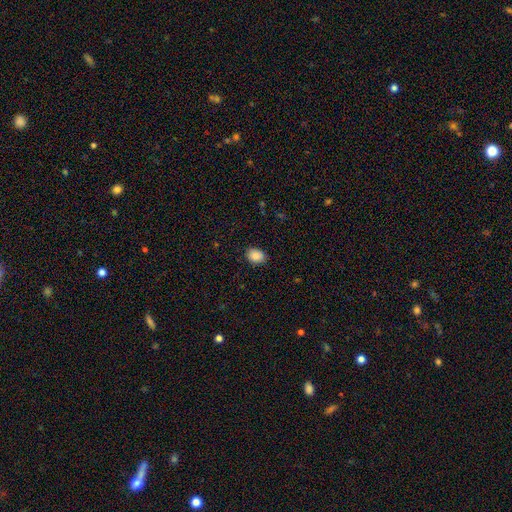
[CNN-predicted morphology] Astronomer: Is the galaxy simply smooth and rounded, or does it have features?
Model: smooth — 88%.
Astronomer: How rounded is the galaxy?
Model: in between — 67%.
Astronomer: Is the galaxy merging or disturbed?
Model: none — 87%.